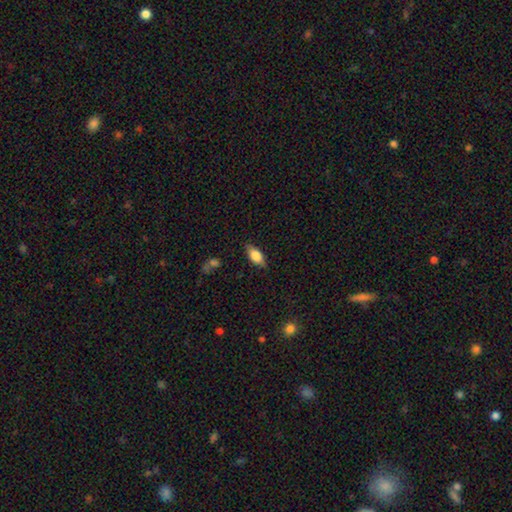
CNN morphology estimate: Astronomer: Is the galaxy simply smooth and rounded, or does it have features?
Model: smooth — 75%.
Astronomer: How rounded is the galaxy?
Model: in between — 84%.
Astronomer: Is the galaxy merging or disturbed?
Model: none — 82%.